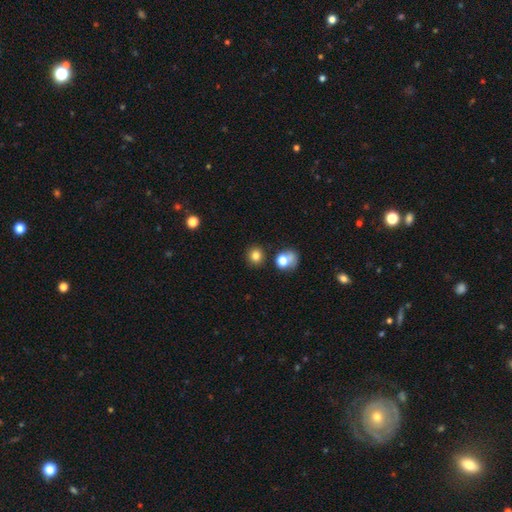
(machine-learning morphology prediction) This is likely a smooth galaxy (79%). How rounded: clearly round (88%). Merging: clearly none (84%).